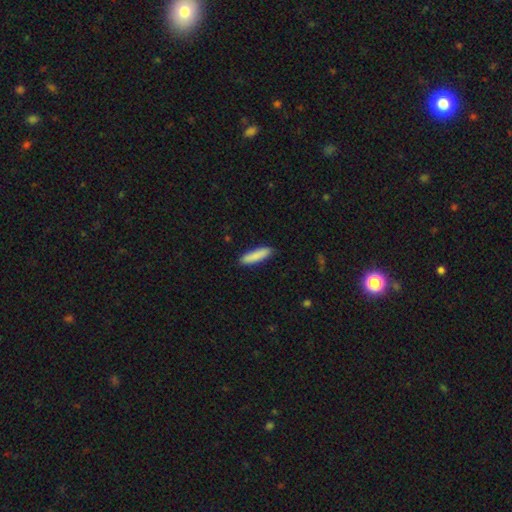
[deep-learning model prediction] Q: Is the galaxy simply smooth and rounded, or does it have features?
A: smooth — 88%.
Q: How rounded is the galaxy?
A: cigar-shaped — 77%.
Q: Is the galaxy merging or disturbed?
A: none — 88%.